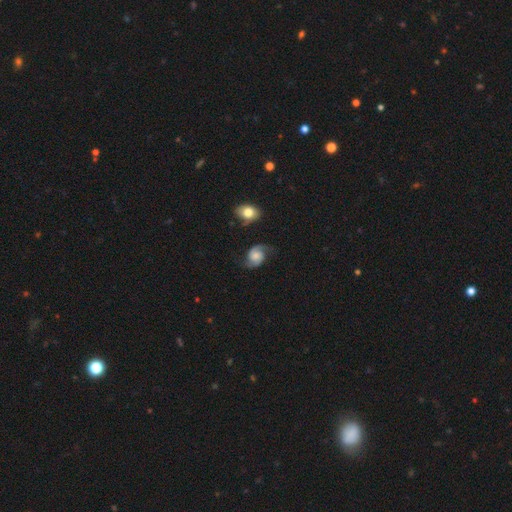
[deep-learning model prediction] smooth-or-featured: featured or disk: 82% | smooth: 11% | star or artifact: 7%
  disk-edge-on: no: 98% | yes: 2%
    bar: no: 62% | weak: 32% | strong: 6%
    has-spiral-arms: yes: 97% | no: 3%
      spiral-winding: medium: 49% | loose: 35% | tight: 17%
      spiral-arm-count: 2: 93% | can't tell: 2% | 1: 2% | 3: 1% | 4: 1% | more than 4: 1%
    bulge-size: moderate: 37% | small: 28% | none: 17% | large: 15% | dominant: 3%
  merging: none: 74% | minor disturbance: 17% | major disturbance: 7% | merger: 3%